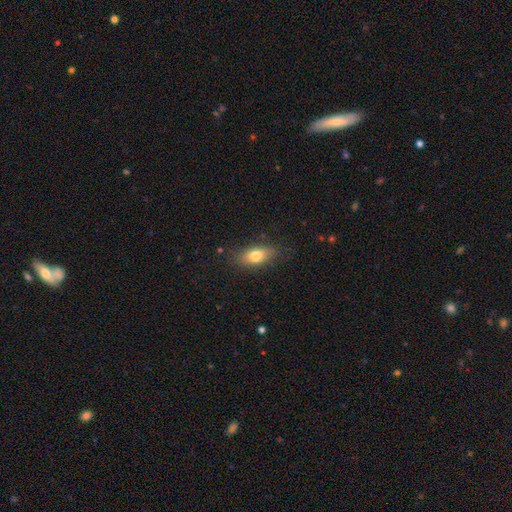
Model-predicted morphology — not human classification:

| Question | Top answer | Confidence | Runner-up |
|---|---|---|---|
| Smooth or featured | smooth | 73% | featured or disk (19%) |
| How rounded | in between | 79% | cigar-shaped (15%) |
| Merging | none | 80% | minor disturbance (15%) |